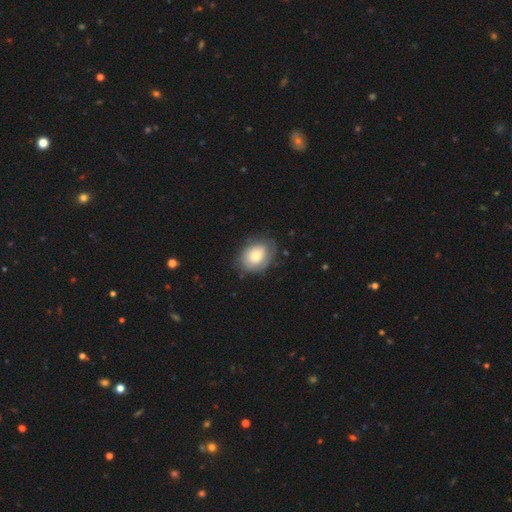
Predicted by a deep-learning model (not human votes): Smooth or featured? Predicted: smooth (p=0.70). How rounded? Predicted: in between (p=0.67). Merging? Predicted: none (p=0.70).